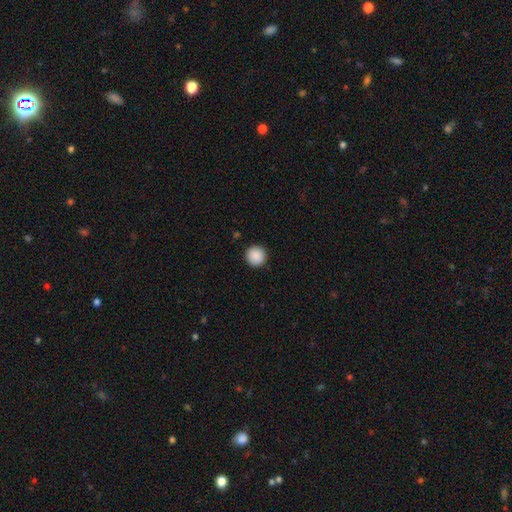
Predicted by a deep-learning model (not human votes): Smooth or featured: smooth — 90% (star or artifact — 8%)
How rounded: round — 96% (in between — 3%)
Merging: none — 93% (minor disturbance — 5%)